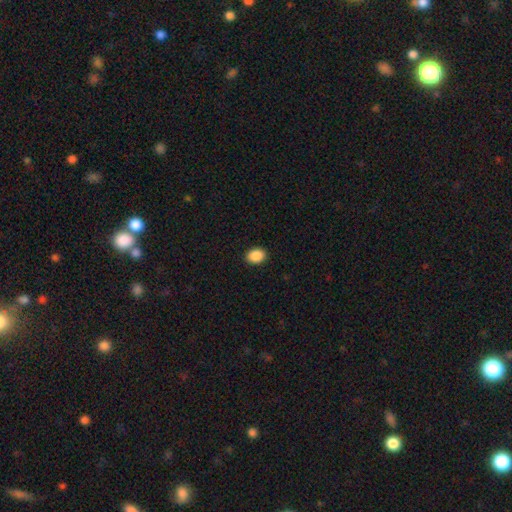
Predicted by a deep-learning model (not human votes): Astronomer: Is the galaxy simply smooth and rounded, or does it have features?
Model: smooth — 90%.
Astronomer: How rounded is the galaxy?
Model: in between — 70%.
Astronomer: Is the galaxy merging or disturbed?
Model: none — 91%.